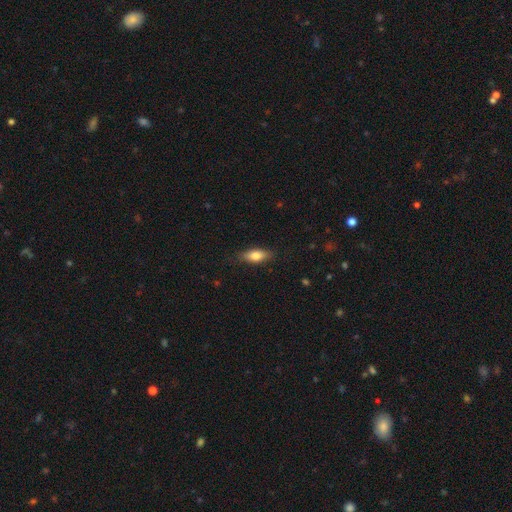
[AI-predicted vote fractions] This appears to be a smooth galaxy with no disk features (75%) that is in between round and cigar-shaped (73%). Merging: none (83%).